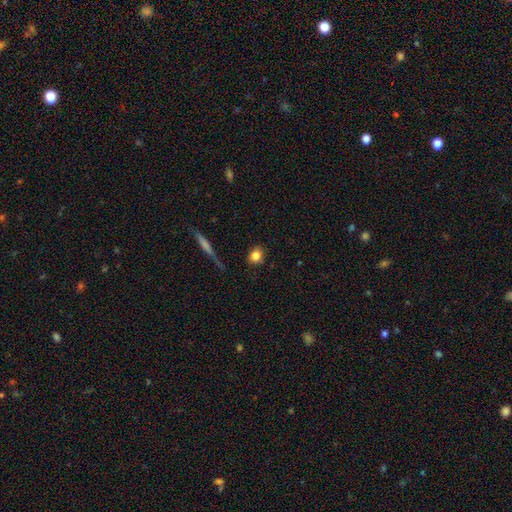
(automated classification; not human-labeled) Smooth or featured? smooth (82%)
How rounded? round (62%)
Merging? none (83%)